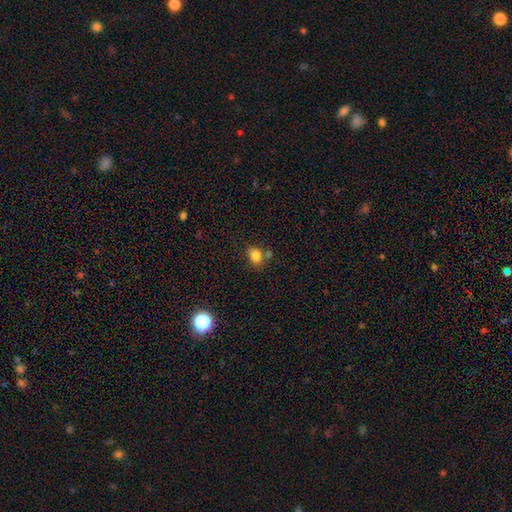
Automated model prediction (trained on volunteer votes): This appears to be a smooth galaxy with no disk features (81%) that is in between round and cigar-shaped (57%). Merging: none (64%).